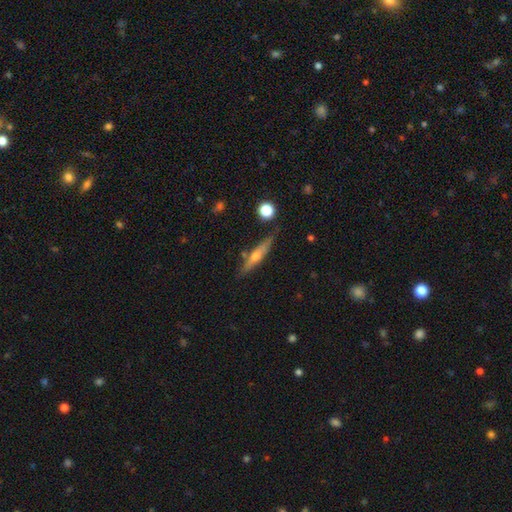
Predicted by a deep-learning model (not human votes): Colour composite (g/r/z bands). It shows a featured or disk galaxy (64%) viewed edge-on (95%) with a rounded central bulge (85%). Merging: none (82%).